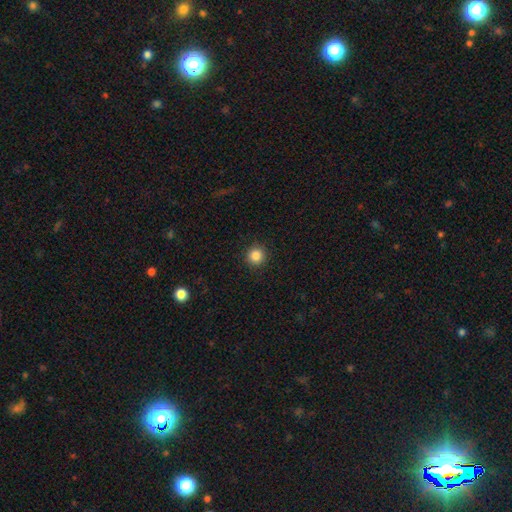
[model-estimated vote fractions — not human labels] A smooth galaxy with no disk features (86%) that is round (94%).

Vote fractions:
- Smooth or featured? smooth: 86% / star or artifact: 11% / featured or disk: 4%
- How rounded? round: 94% / in between: 5% / cigar-shaped: 1%
- Merging? none: 92% / minor disturbance: 5% / major disturbance: 2% / merger: 1%